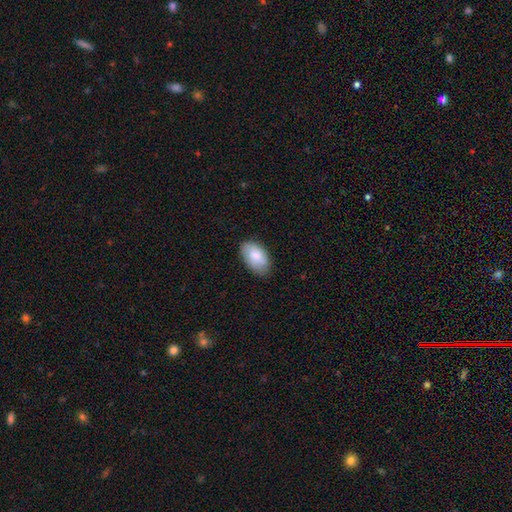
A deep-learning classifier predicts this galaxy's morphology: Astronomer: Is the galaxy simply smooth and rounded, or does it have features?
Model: smooth — 81%.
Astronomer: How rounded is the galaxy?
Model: in between — 95%.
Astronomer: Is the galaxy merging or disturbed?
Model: none — 76%.